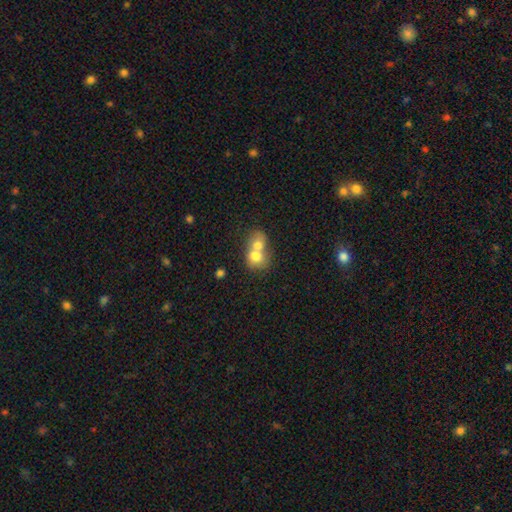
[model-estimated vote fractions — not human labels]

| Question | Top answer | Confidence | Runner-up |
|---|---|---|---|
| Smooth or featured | smooth | 70% | featured or disk (22%) |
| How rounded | round | 64% | in between (35%) |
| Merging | merger | 77% | none (15%) |